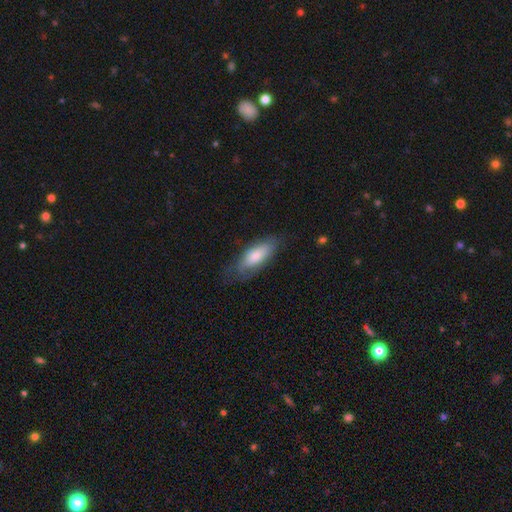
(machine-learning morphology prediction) This is likely a smooth galaxy (71%). How rounded: likely in between (75%). Merging: likely none (64%).